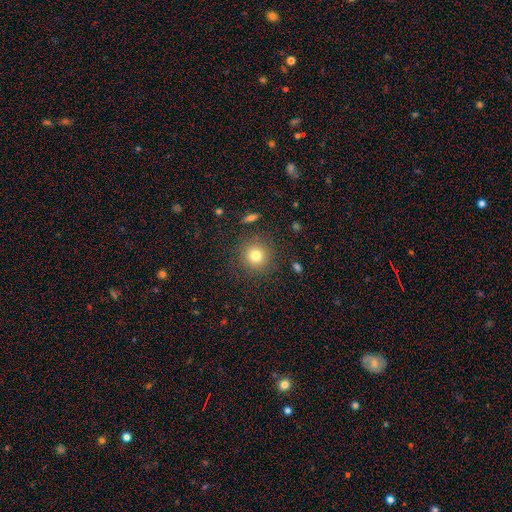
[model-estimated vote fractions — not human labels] smooth-or-featured: smooth: 79% | star or artifact: 13% | featured or disk: 8%
  how-rounded: round: 93% | in between: 6% | cigar-shaped: 1%
  merging: none: 87% | minor disturbance: 8% | major disturbance: 3% | merger: 2%